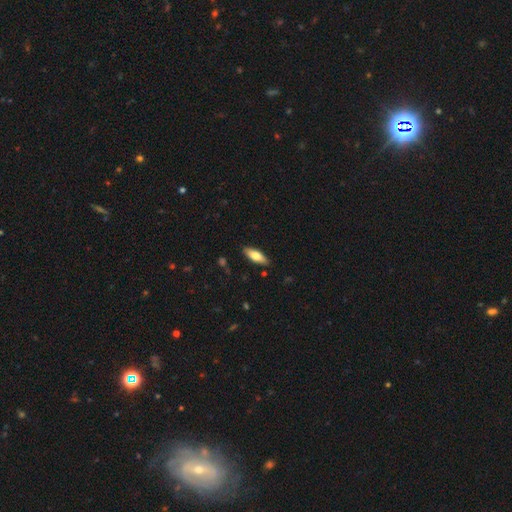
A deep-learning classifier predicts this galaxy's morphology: The model was most divided on "how rounded": in between: 65%, cigar-shaped: 33%, round: 2%. More confident: merging — none (87%); smooth or featured — smooth (71%).